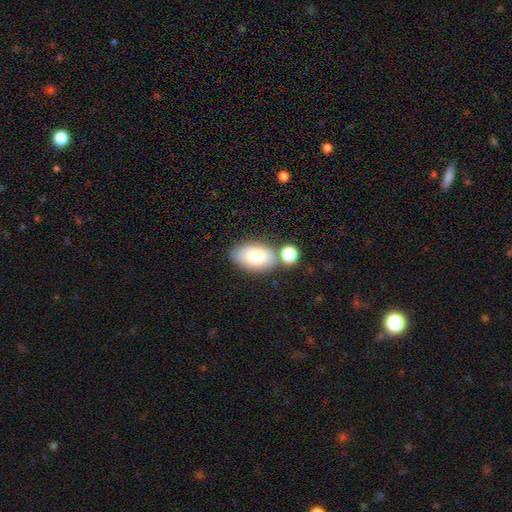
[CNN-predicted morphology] Smooth or featured: smooth — 78% (featured or disk — 15%)
How rounded: in between — 92% (round — 7%)
Merging: none — 64% (merger — 16%)